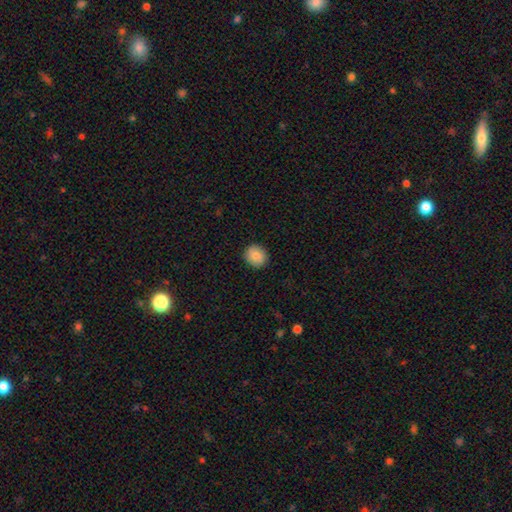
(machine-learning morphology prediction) A smooth galaxy with no disk features (88%) that is round (81%).

Vote fractions:
- Smooth or featured? smooth: 88% / star or artifact: 8% / featured or disk: 5%
- How rounded? round: 81% / in between: 18% / cigar-shaped: 1%
- Merging? none: 90% / minor disturbance: 7% / major disturbance: 2% / merger: 1%